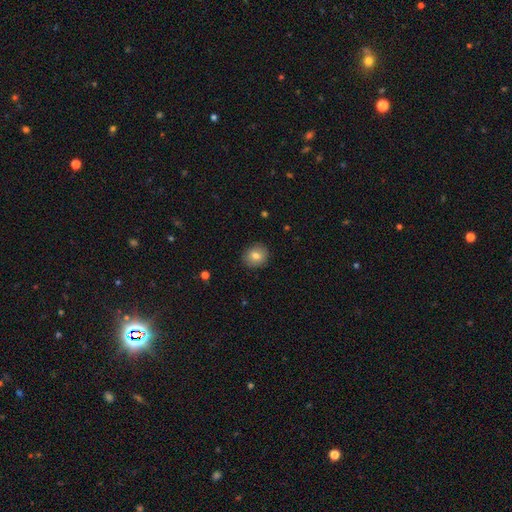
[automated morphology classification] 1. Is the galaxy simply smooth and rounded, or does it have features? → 79% smooth, 11% featured or disk, 10% star or artifact.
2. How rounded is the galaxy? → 81% round, 18% in between, 1% cigar-shaped.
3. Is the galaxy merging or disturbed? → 89% none, 8% minor disturbance, 2% major disturbance, 1% merger.